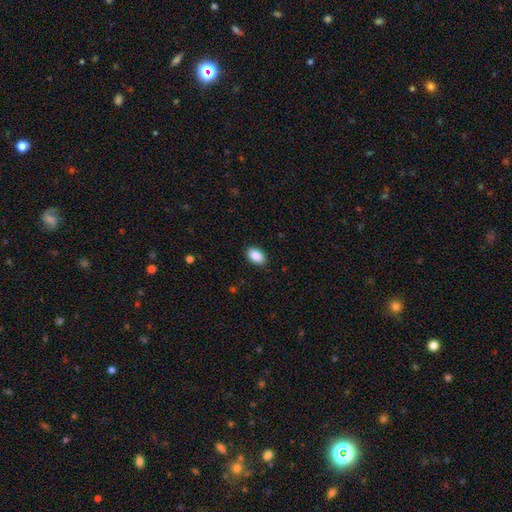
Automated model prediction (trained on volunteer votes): smooth_or_featured: smooth (p=0.89) [alt: star or artifact p=0.07]
how_rounded: in between (p=0.92) [alt: round p=0.07]
merging: none (p=0.89) [alt: minor disturbance p=0.08]